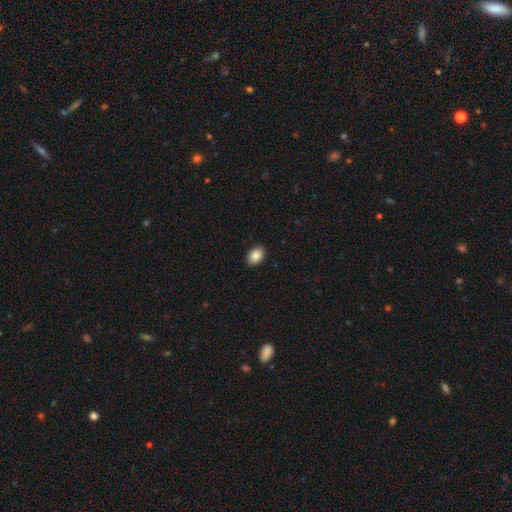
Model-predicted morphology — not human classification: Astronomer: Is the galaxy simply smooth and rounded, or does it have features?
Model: smooth — 87%.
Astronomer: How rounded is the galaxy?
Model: in between — 78%.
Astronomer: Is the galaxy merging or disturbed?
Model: none — 91%.